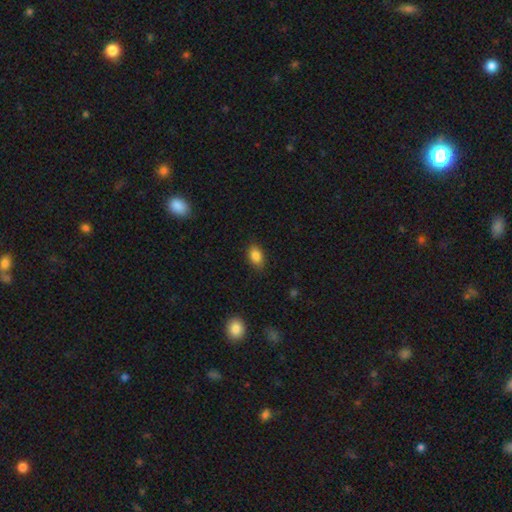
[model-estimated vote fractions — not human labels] Smooth or featured: smooth — 86% (star or artifact — 9%)
How rounded: in between — 86% (round — 12%)
Merging: none — 85% (minor disturbance — 11%)